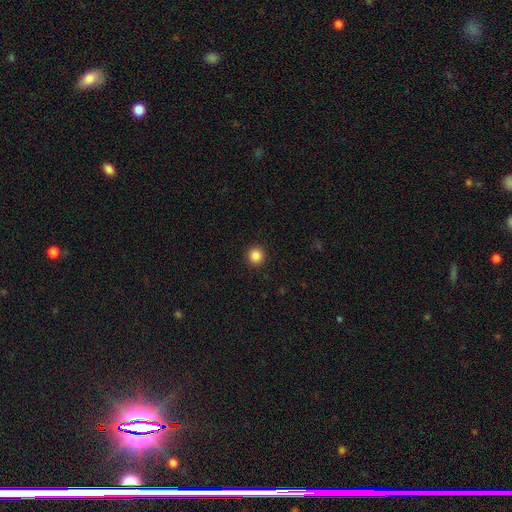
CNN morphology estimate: Smooth or featured? smooth (87%)
How rounded? round (95%)
Merging? none (93%)